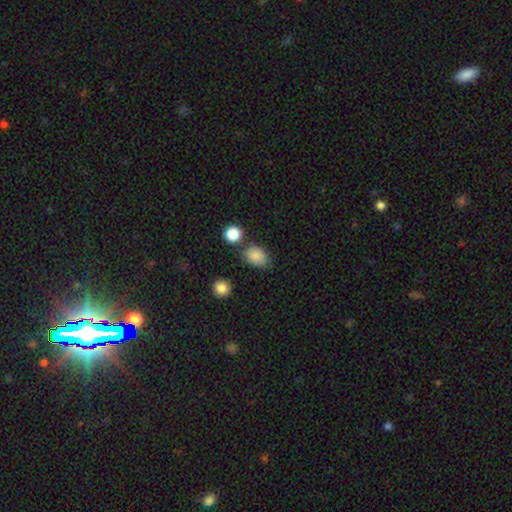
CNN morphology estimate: Q: Smooth or featured?
A: smooth (85%); runner-up: star or artifact (10%)
Q: How rounded?
A: in between (73%); runner-up: round (25%)
Q: Merging?
A: none (67%); runner-up: minor disturbance (20%)